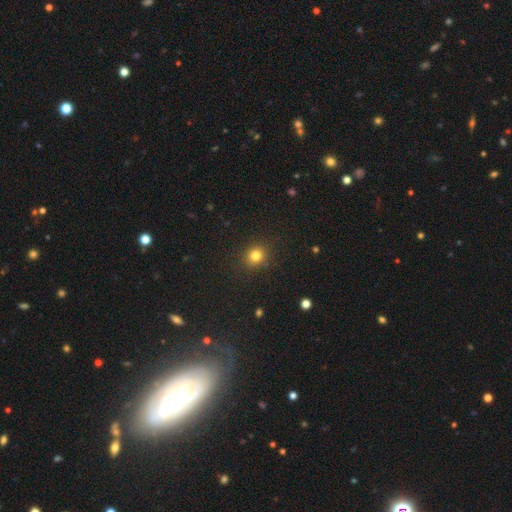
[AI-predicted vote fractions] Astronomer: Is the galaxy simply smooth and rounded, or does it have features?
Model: smooth — 81%.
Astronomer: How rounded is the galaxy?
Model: round — 80%.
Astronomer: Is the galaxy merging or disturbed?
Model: none — 88%.